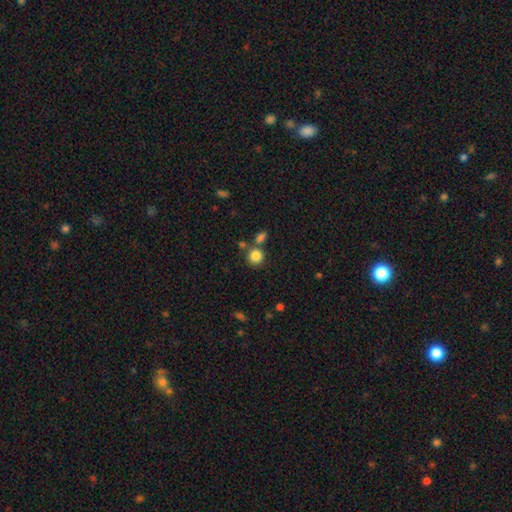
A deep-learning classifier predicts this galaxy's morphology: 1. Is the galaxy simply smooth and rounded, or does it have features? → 84% smooth, 10% star or artifact, 6% featured or disk.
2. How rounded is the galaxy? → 86% round, 13% in between, 1% cigar-shaped.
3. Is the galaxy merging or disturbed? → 66% none, 20% merger, 10% minor disturbance, 4% major disturbance.